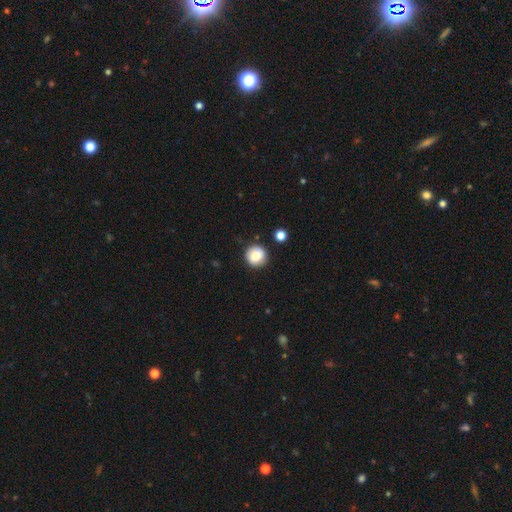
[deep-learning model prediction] This is clearly a smooth galaxy (84%). How rounded: clearly round (93%). Merging: clearly none (86%).